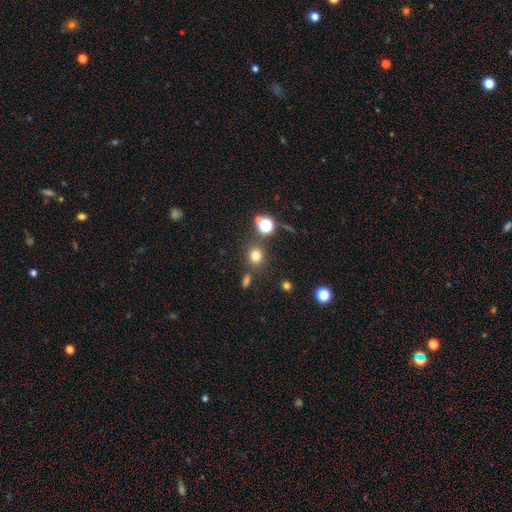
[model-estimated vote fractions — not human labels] Overall: smooth (73%). How rounded: round (81%). Merging: none (80%).